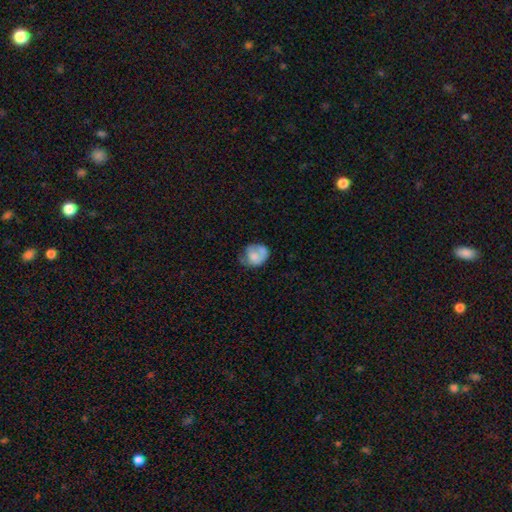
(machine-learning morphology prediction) type=smooth (62%); roundness=round (63%); merging=none (40%).